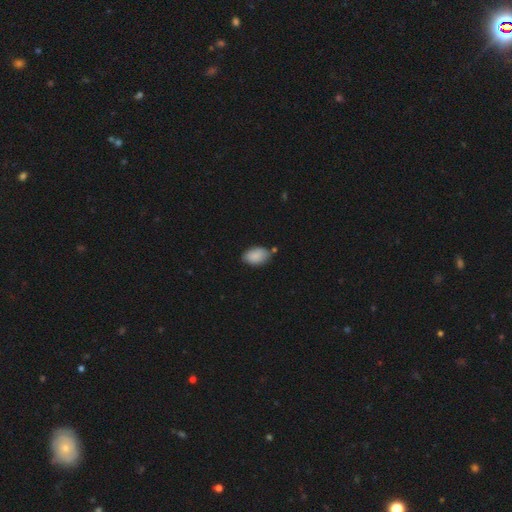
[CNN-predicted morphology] A smooth galaxy with no disk features (89%) that is in between round and cigar-shaped (91%).

Vote fractions:
- Smooth or featured? smooth: 89% / star or artifact: 7% / featured or disk: 5%
- How rounded? in between: 91% / round: 8% / cigar-shaped: 1%
- Merging? none: 72% / minor disturbance: 19% / merger: 5% / major disturbance: 3%